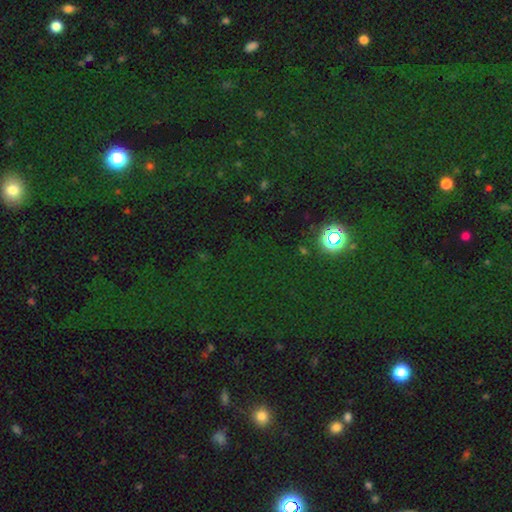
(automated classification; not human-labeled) Smooth or featured? Predicted: star or artifact (p=0.62).